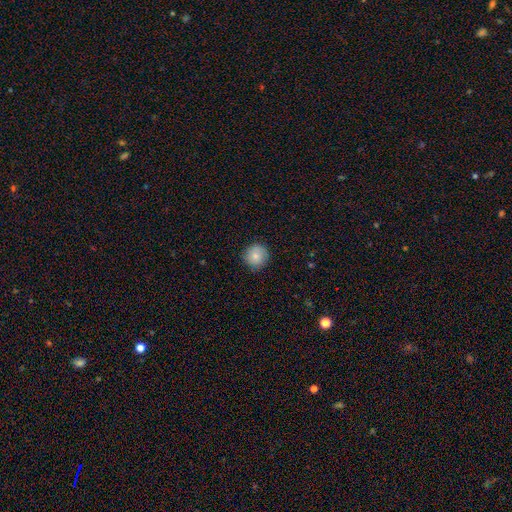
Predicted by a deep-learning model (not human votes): Smooth or featured? smooth (81%)
How rounded? round (93%)
Merging? none (88%)